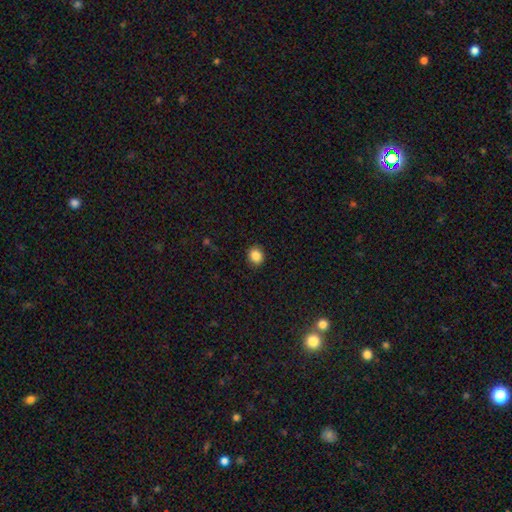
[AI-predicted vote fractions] Q: Smooth or featured?
A: smooth (86%); runner-up: star or artifact (10%)
Q: How rounded?
A: round (77%); runner-up: in between (22%)
Q: Merging?
A: none (90%); runner-up: minor disturbance (7%)